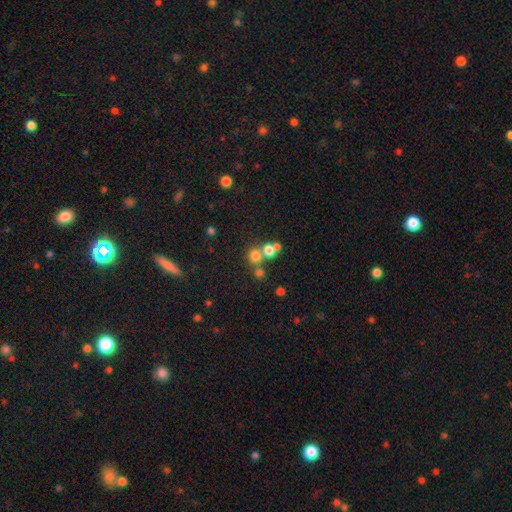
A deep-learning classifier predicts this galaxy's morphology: This appears to be a smooth galaxy with no disk features (71%) that is round (85%). Merging: none (52%).